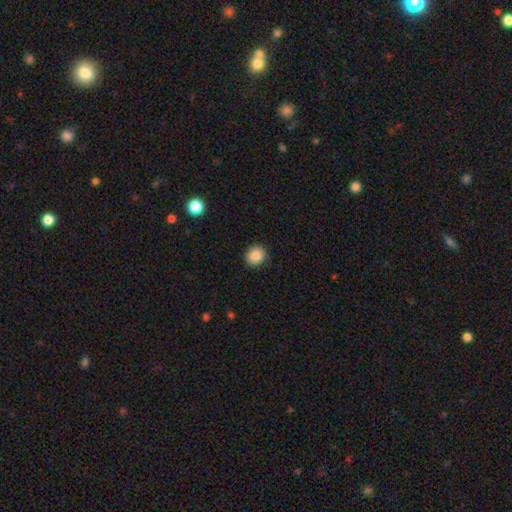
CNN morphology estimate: Smooth or featured?
  - smooth: 87% *
  - star or artifact: 9%
  - featured or disk: 4%
How rounded?
  - round: 81% *
  - in between: 18%
  - cigar-shaped: 1%
Merging?
  - none: 89% *
  - minor disturbance: 8%
  - major disturbance: 2%
  - merger: 1%